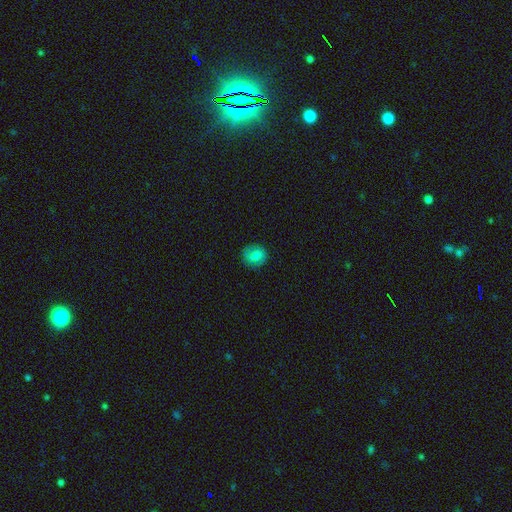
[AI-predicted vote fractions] This appears to be a smooth galaxy with no disk features (77%) that is round (74%). Merging: none (79%).